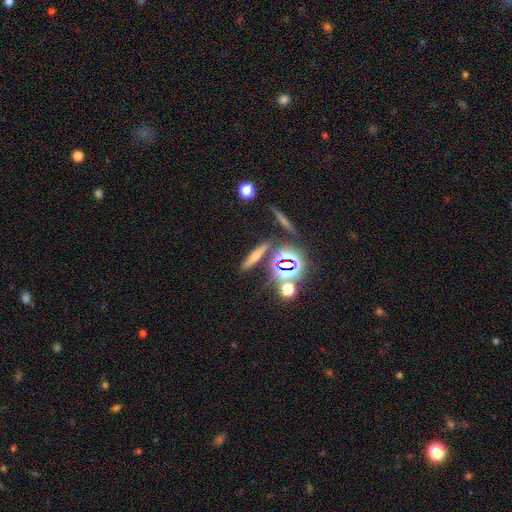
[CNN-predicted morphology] Q: Smooth or featured?
A: smooth (48%); runner-up: featured or disk (27%)
Q: Merging?
A: none (81%); runner-up: minor disturbance (9%)